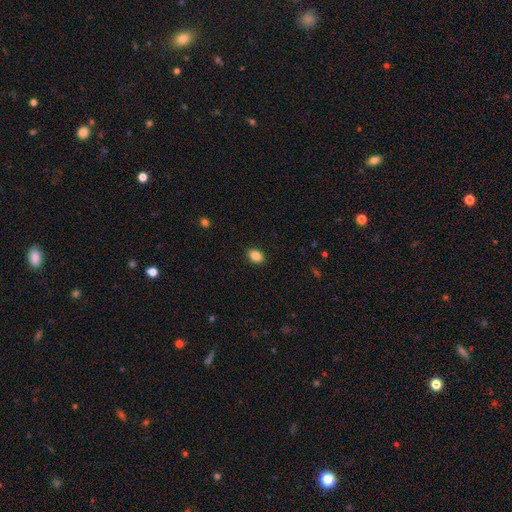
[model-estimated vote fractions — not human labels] This is clearly a smooth galaxy (87%). How rounded: likely in between (70%). Merging: clearly none (90%).